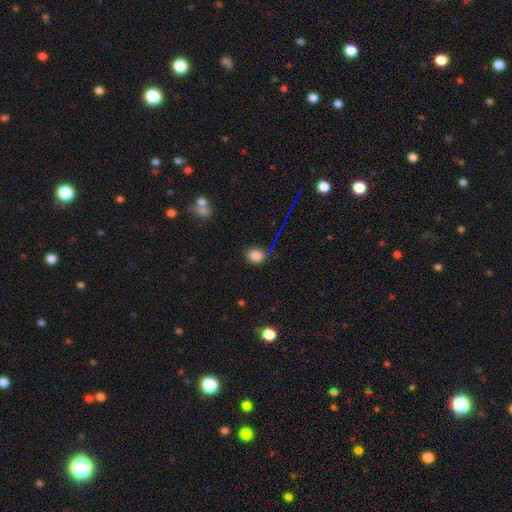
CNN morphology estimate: smooth_or_featured: smooth (p=0.80) [alt: star or artifact p=0.15]
how_rounded: round (p=0.50) [alt: in between p=0.48]
merging: none (p=0.77) [alt: minor disturbance p=0.15]